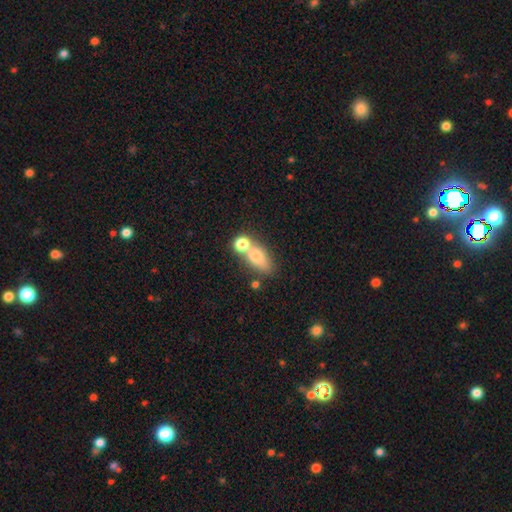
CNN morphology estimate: Smooth or featured: smooth — 72% (featured or disk — 17%)
How rounded: in between — 67% (round — 20%)
Merging: none — 43% (merger — 38%)